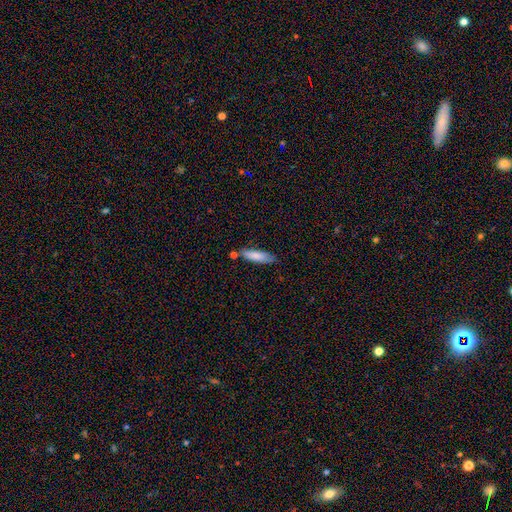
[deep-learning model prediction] This is clearly a smooth galaxy (81%). How rounded: likely cigar-shaped (64%). Merging: likely none (65%).